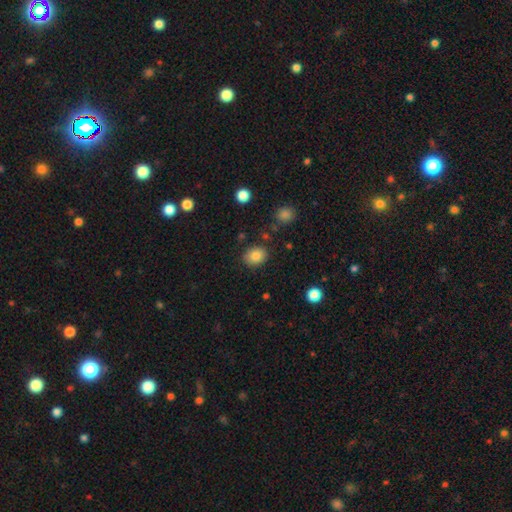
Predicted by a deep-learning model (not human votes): This appears to be a smooth galaxy with no disk features (83%) that is round (51%). Merging: none (83%).